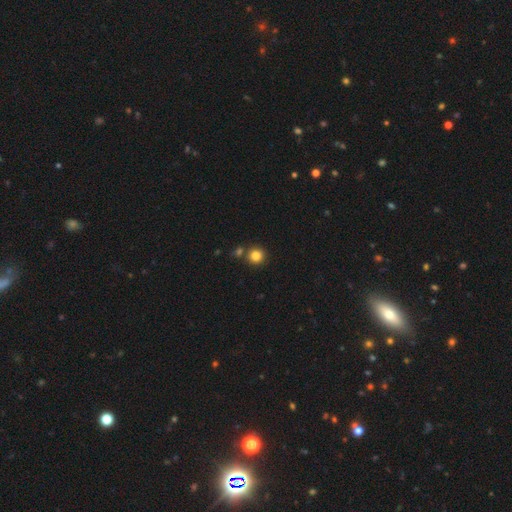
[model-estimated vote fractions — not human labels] A smooth galaxy with no disk features (83%) that is round (92%). Merging: none (78%).